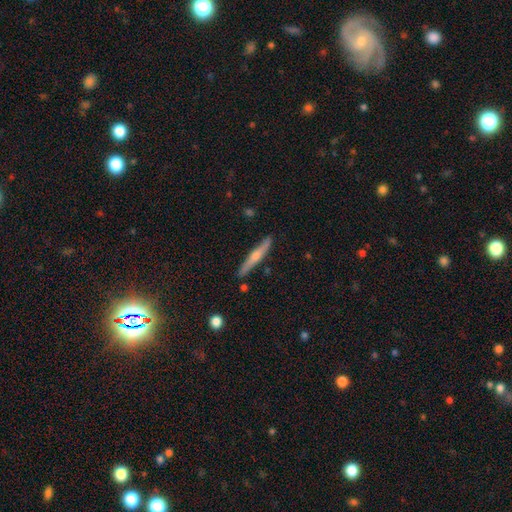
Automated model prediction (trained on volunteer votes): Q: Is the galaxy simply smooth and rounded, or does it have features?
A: featured or disk — 59%.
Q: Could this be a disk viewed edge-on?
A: yes — 96%.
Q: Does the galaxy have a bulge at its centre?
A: rounded — 82%.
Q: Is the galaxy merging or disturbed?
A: none — 87%.